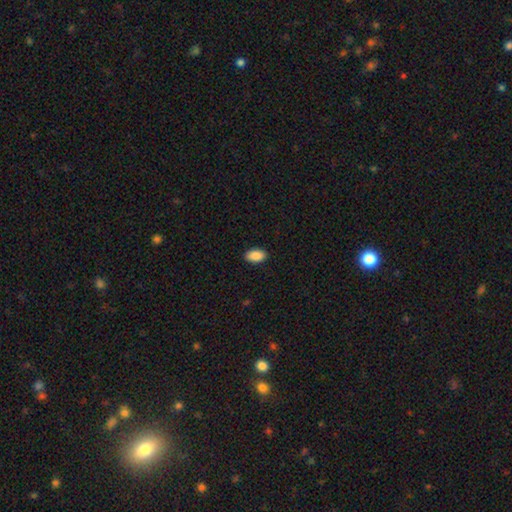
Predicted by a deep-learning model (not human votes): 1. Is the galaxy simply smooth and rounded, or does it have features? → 90% smooth, 7% star or artifact, 3% featured or disk.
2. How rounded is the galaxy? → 94% in between, 4% round, 2% cigar-shaped.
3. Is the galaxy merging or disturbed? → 90% none, 7% minor disturbance, 2% major disturbance, 1% merger.